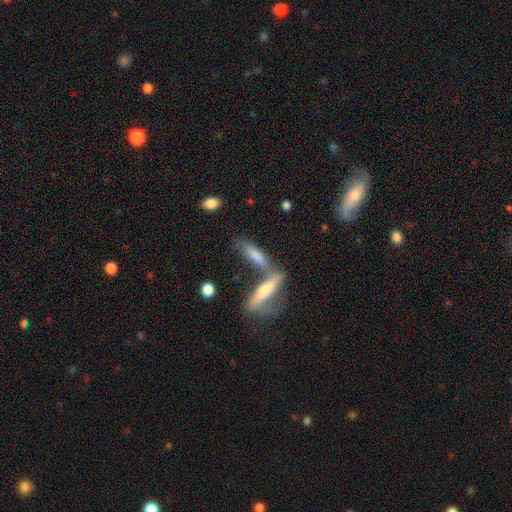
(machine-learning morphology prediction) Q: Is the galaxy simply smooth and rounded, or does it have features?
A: smooth — 69%.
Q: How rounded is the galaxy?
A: cigar-shaped — 69%.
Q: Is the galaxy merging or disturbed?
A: merger — 47%.